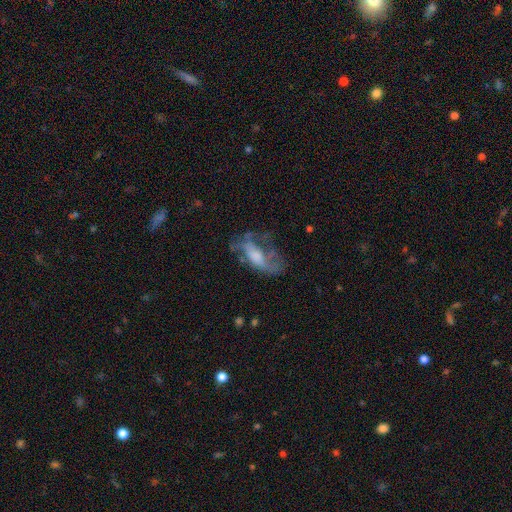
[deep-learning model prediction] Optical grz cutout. It shows a featured or disk galaxy (58%) with no bar (61%), spiral arms (58%) and a moderate central bulge (27%, tied with none). Merging: major disturbance (43%).